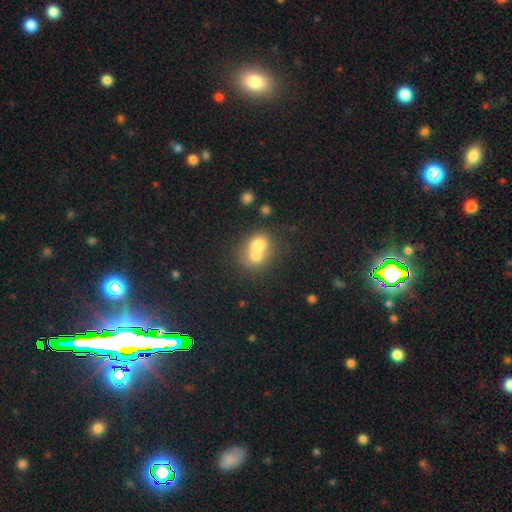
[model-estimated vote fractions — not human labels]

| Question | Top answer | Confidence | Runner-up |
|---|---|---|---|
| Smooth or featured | smooth | 67% | featured or disk (23%) |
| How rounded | round | 63% | in between (36%) |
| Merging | merger | 73% | none (19%) |